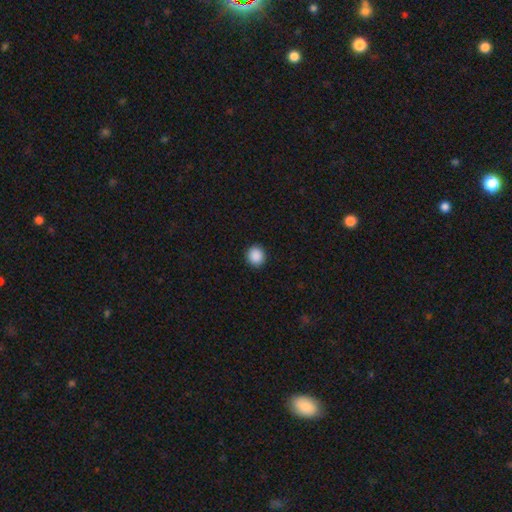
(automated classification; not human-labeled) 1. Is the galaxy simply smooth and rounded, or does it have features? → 89% smooth, 9% star or artifact, 2% featured or disk.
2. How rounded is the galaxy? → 89% round, 10% in between, 1% cigar-shaped.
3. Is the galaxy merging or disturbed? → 92% none, 5% minor disturbance, 2% major disturbance, 1% merger.